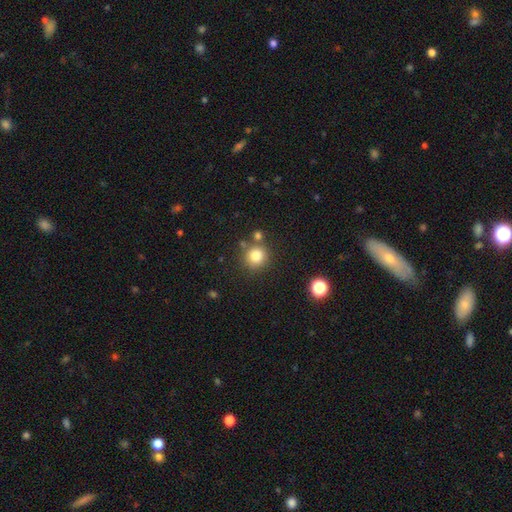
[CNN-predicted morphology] A smooth galaxy with no disk features (81%) that is round (90%).

Vote fractions:
- Smooth or featured? smooth: 81% / star or artifact: 12% / featured or disk: 7%
- How rounded? round: 90% / in between: 9% / cigar-shaped: 1%
- Merging? none: 76% / merger: 10% / minor disturbance: 10% / major disturbance: 3%